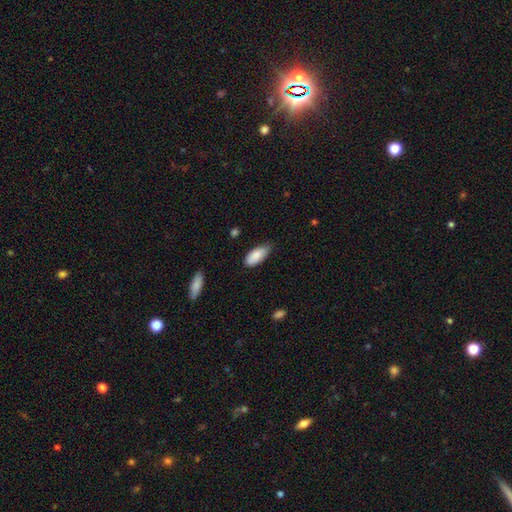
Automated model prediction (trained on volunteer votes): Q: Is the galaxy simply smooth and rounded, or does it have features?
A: smooth — 87%.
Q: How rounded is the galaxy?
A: in between — 89%.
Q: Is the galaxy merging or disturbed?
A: none — 62%.